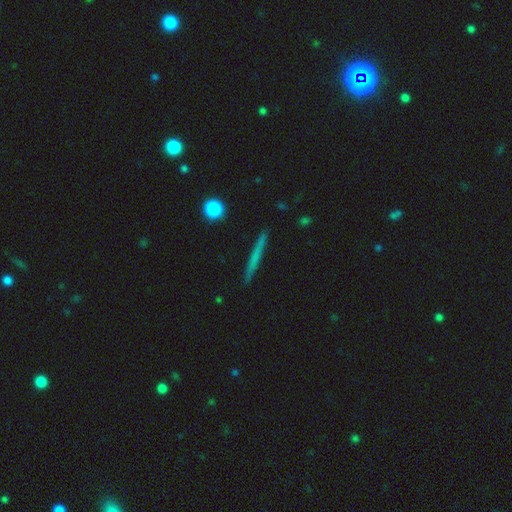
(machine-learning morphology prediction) smooth_or_featured: smooth (p=0.53) [alt: featured or disk p=0.41]
how_rounded: cigar-shaped (p=0.95) [alt: round p=0.02]
merging: none (p=0.90) [alt: minor disturbance p=0.07]